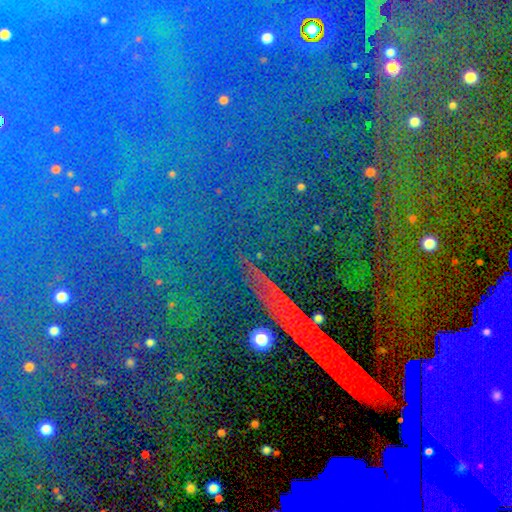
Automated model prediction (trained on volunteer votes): A star or artifact, not a galaxy (83%).

Vote fractions:
- Smooth or featured? star or artifact: 83% / featured or disk: 9% / smooth: 8%